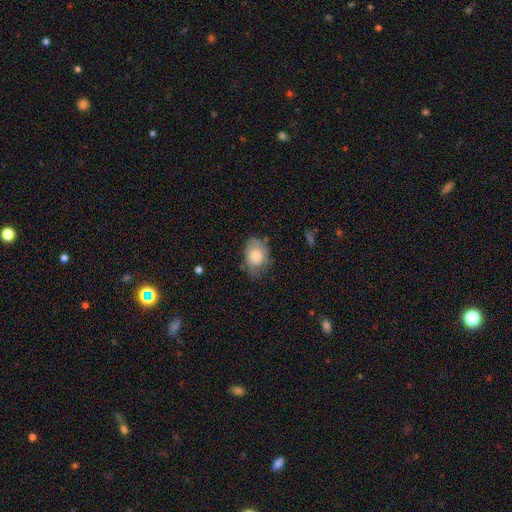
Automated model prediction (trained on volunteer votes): Q: Smooth or featured?
A: smooth (74%); runner-up: featured or disk (19%)
Q: How rounded?
A: in between (77%); runner-up: round (22%)
Q: Merging?
A: none (54%); runner-up: minor disturbance (33%)